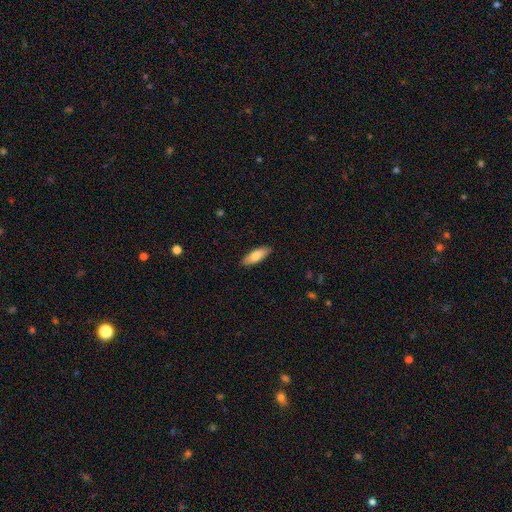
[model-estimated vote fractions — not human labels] Smooth or featured: smooth — 80% (featured or disk — 15%)
How rounded: in between — 65% (cigar-shaped — 33%)
Merging: none — 88% (minor disturbance — 9%)